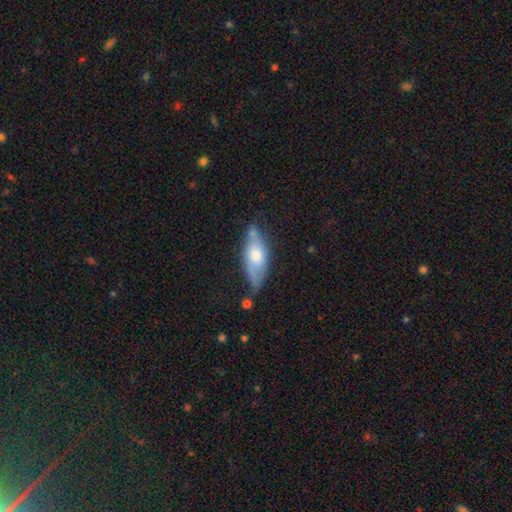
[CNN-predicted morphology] This is possibly a smooth galaxy (50%). Merging: possibly none (56%).